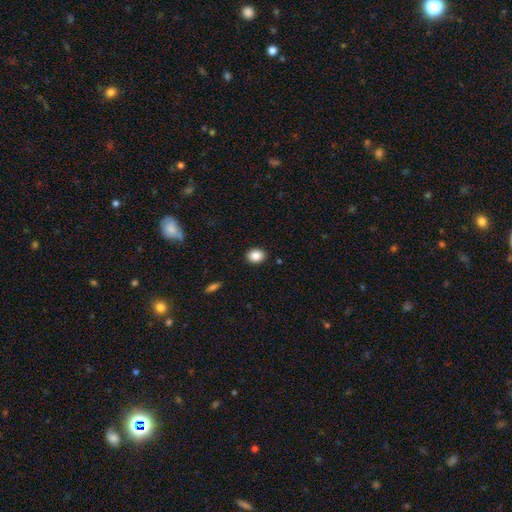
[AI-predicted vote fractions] Smooth or featured?
  - smooth: 86% *
  - star or artifact: 9%
  - featured or disk: 5%
How rounded?
  - in between: 50% *
  - round: 49%
  - cigar-shaped: 1%
Merging?
  - none: 90% *
  - minor disturbance: 7%
  - major disturbance: 2%
  - merger: 1%